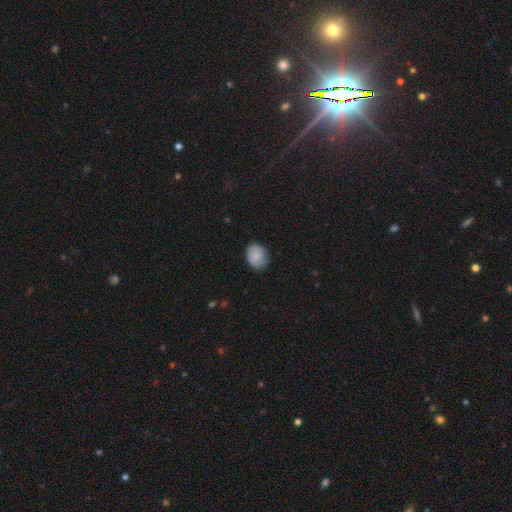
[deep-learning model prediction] Smooth or featured?
  - smooth: 77% *
  - featured or disk: 15%
  - star or artifact: 7%
How rounded?
  - in between: 50% *
  - round: 49%
  - cigar-shaped: 1%
Merging?
  - none: 74% *
  - minor disturbance: 20%
  - major disturbance: 4%
  - merger: 1%